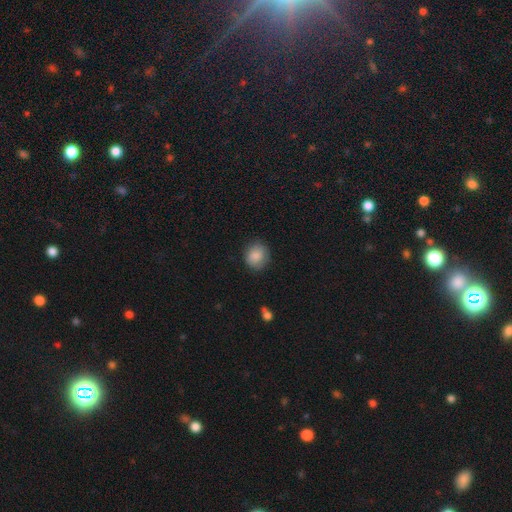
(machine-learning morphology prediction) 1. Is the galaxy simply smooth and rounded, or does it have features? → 86% smooth, 8% star or artifact, 6% featured or disk.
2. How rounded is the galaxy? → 74% round, 25% in between, 1% cigar-shaped.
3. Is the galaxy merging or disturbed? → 81% none, 15% minor disturbance, 3% major disturbance, 1% merger.